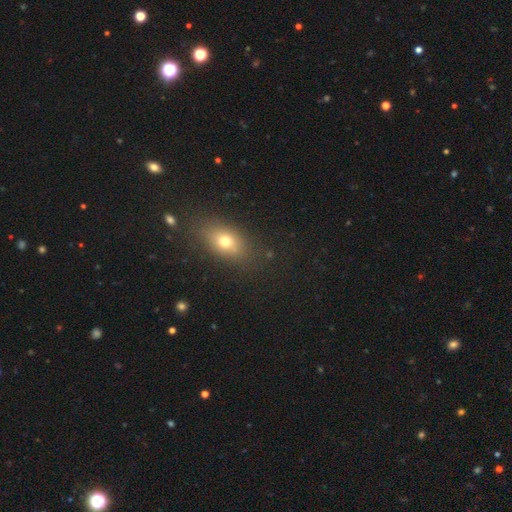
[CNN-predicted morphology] This is likely a smooth galaxy (60%). How rounded: likely in between (74%). Merging: clearly none (85%).